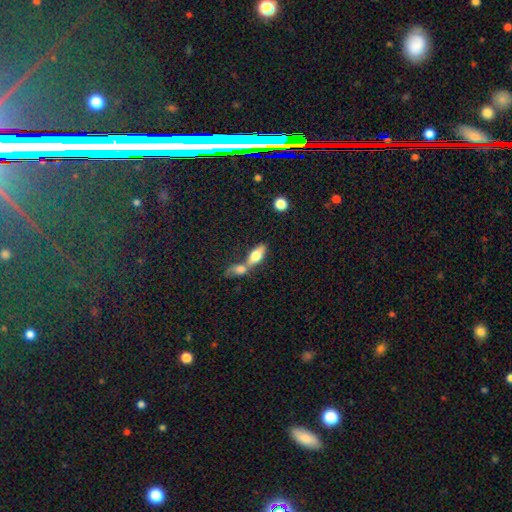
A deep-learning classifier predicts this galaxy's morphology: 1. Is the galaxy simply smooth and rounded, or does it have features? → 67% smooth, 26% featured or disk, 8% star or artifact.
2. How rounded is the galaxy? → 74% in between, 21% cigar-shaped, 4% round.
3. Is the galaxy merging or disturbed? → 58% merger, 29% none, 8% minor disturbance, 5% major disturbance.